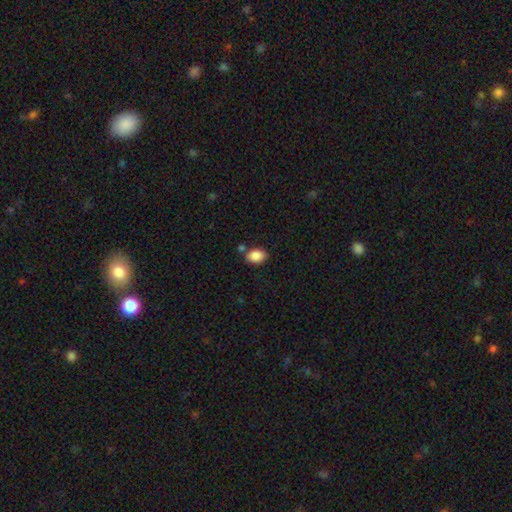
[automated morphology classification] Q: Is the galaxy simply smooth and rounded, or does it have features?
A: smooth — 88%.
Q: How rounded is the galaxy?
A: in between — 80%.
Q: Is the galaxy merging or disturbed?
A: none — 70%.